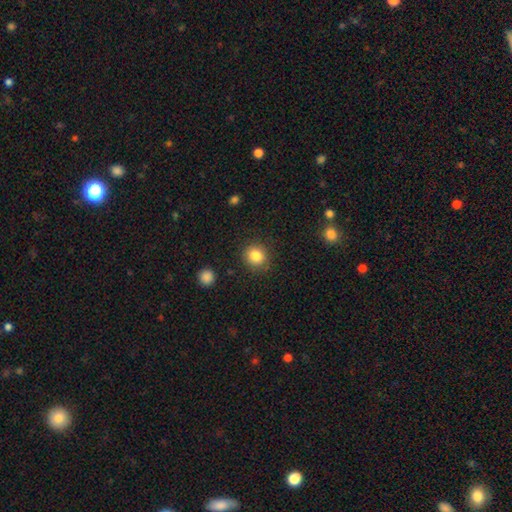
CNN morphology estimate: A smooth galaxy with no disk features (84%) that is round (81%).

Vote fractions:
- Smooth or featured? smooth: 84% / star or artifact: 10% / featured or disk: 6%
- How rounded? round: 81% / in between: 18% / cigar-shaped: 1%
- Merging? none: 86% / minor disturbance: 9% / major disturbance: 3% / merger: 2%